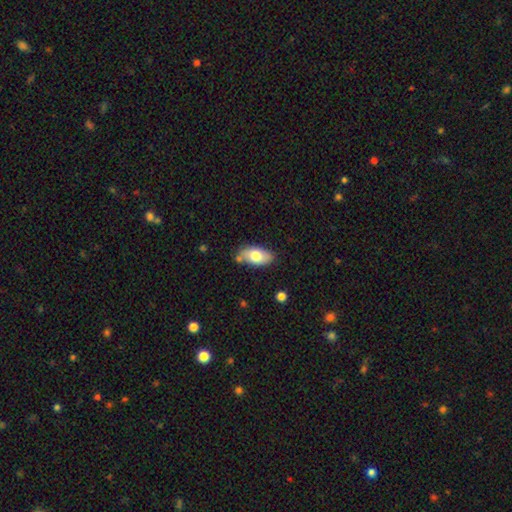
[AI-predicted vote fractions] Smooth or featured: smooth — 73% (featured or disk — 20%)
How rounded: in between — 92% (cigar-shaped — 4%)
Merging: none — 73% (minor disturbance — 17%)